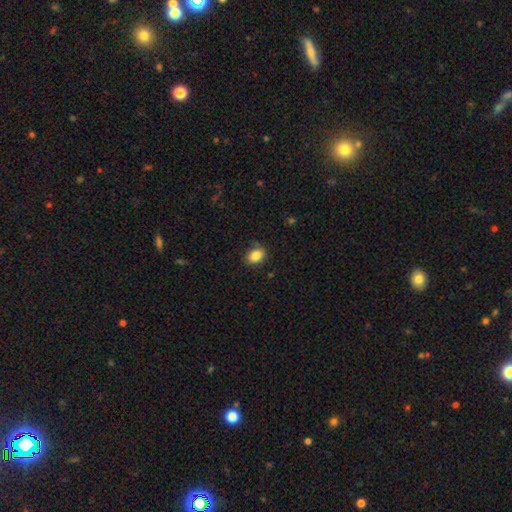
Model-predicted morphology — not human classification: Smooth or featured? smooth (87%)
How rounded? in between (75%)
Merging? none (81%)